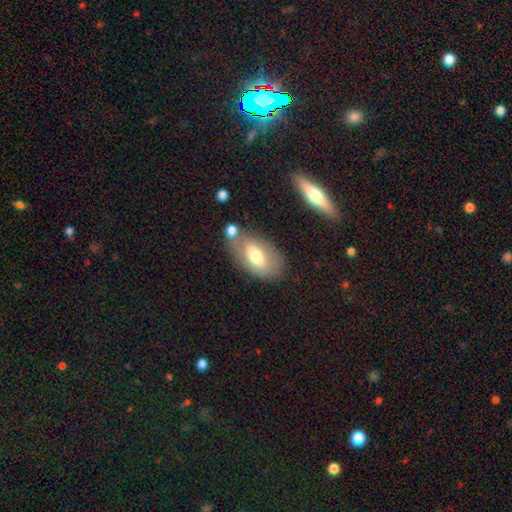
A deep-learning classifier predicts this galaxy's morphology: type=smooth (61%); roundness=in between (92%); merging=none (61%).